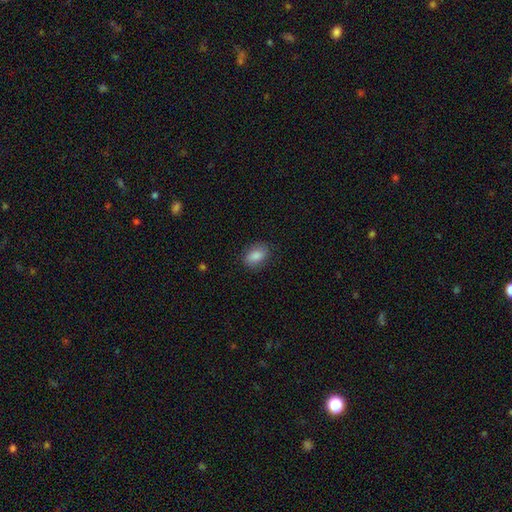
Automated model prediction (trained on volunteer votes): Smooth or featured: smooth — 83% (featured or disk — 8%)
How rounded: in between — 83% (round — 16%)
Merging: none — 82% (minor disturbance — 14%)